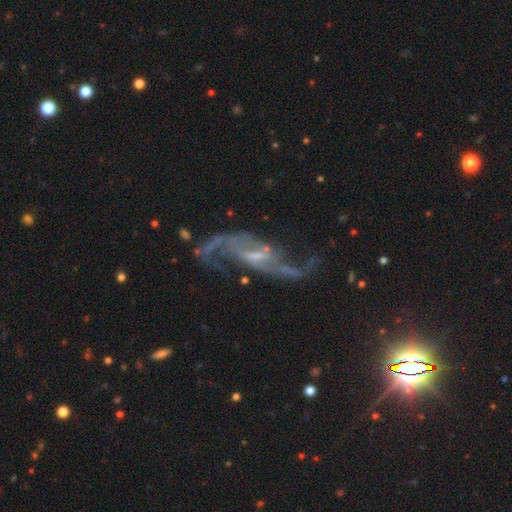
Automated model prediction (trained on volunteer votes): A featured or disk galaxy (84%) with a weak bar (49%), 2 (88%) loose (71%) spiral arms (94%) and a small central bulge (61%). Merging: none (59%).